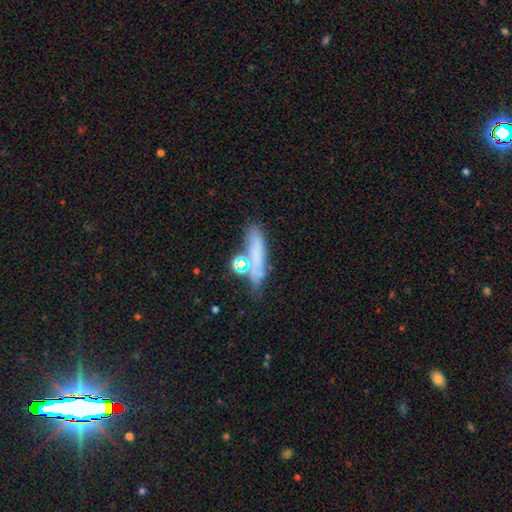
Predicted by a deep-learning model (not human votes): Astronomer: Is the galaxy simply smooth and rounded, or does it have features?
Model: smooth — 63%.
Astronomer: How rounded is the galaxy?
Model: cigar-shaped — 61%.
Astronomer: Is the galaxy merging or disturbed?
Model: none — 48%.